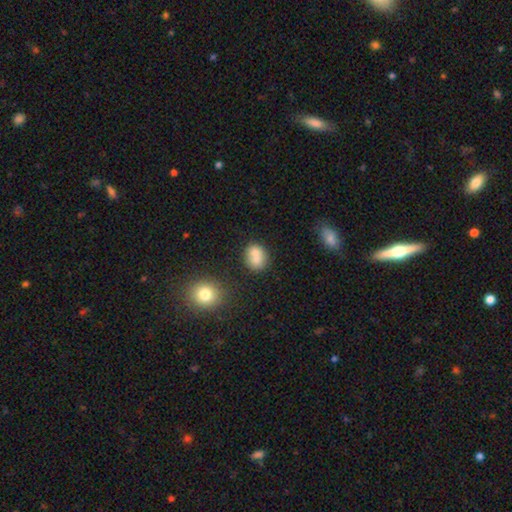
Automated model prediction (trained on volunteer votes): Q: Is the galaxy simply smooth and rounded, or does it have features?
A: smooth — 74%.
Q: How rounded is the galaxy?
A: round — 66%.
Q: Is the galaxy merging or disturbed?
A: merger — 44%.